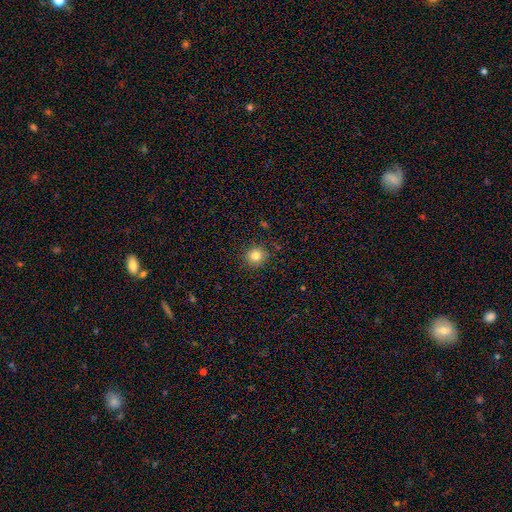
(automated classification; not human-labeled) smooth_or_featured: smooth (p=0.82) [alt: star or artifact p=0.12]
how_rounded: round (p=0.89) [alt: in between p=0.10]
merging: none (p=0.88) [alt: minor disturbance p=0.08]